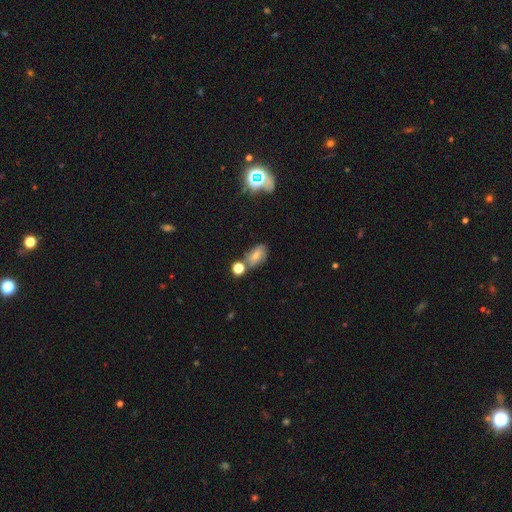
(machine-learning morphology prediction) Smooth or featured: smooth — 60% (featured or disk — 22%)
How rounded: in between — 83% (round — 14%)
Merging: none — 55% (minor disturbance — 20%)